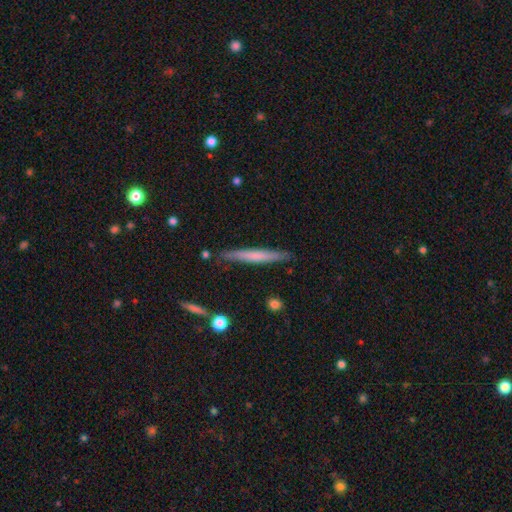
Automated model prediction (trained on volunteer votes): Smooth or featured? Predicted: smooth (p=0.59). How rounded? Predicted: cigar-shaped (p=0.96). Merging? Predicted: none (p=0.87).